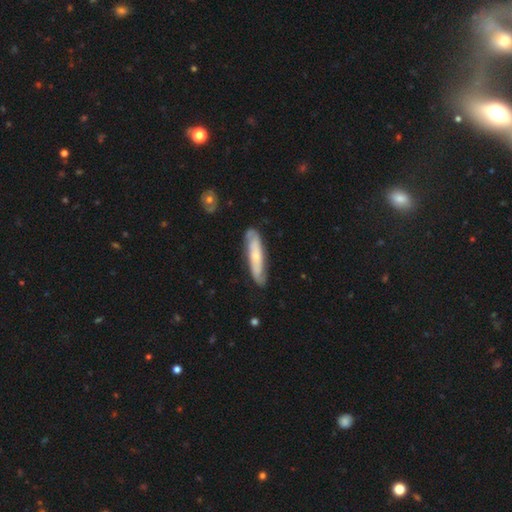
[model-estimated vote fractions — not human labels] Smooth or featured? featured or disk (57%)
Edge-on disk? no (58%)
Merging? none (80%)